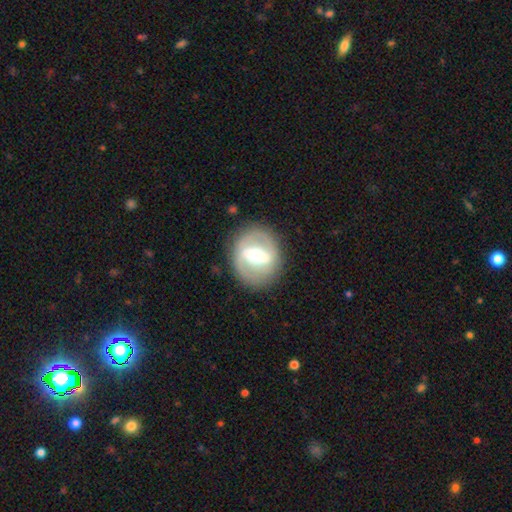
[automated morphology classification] featured or disk 74%, smooth 20%, star or artifact 6%. Down the decision tree: edge-on disk — no (94%); bar — strong (61%); spiral arms — yes (64%); bulge size — moderate (65%); merging — none (85%).